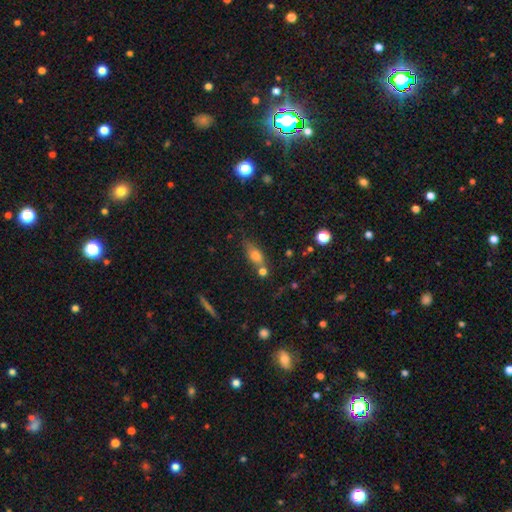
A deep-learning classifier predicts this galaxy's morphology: smooth 72%, featured or disk 15%, star or artifact 13%. Down the decision tree: how rounded — in between (69%); merging — none (53%).